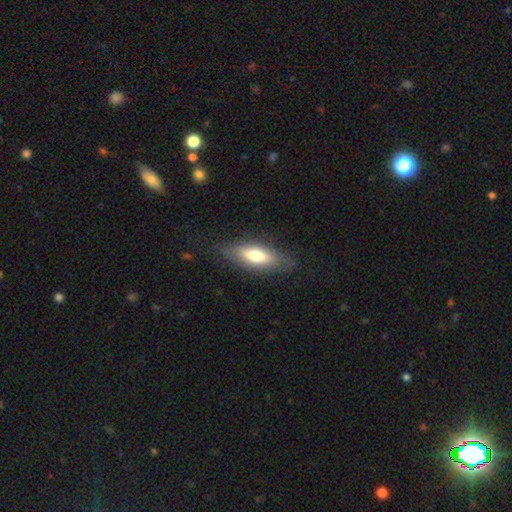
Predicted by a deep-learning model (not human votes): Overall: smooth (68%). How rounded: in between (70%). Merging: none (77%).